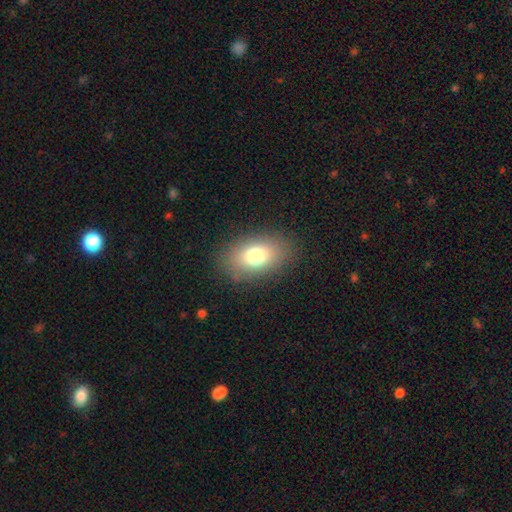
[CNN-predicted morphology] The model was most divided on "smooth or featured": smooth: 77%, featured or disk: 12%, star or artifact: 11%. More confident: how rounded — in between (85%); merging — none (85%).